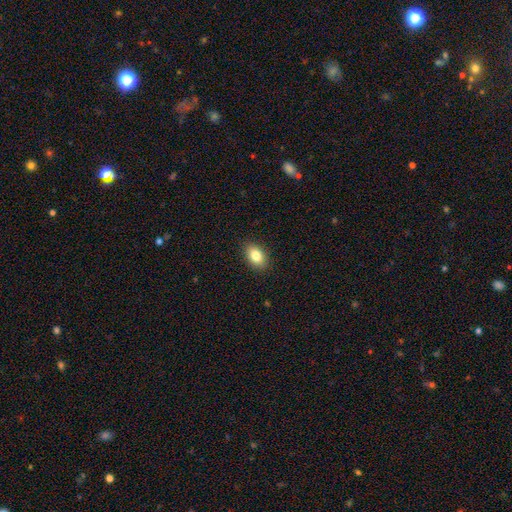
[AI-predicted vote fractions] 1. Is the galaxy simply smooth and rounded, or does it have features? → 82% smooth, 9% featured or disk, 8% star or artifact.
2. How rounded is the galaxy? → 86% in between, 12% round, 2% cigar-shaped.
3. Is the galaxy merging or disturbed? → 89% none, 8% minor disturbance, 2% major disturbance, 1% merger.